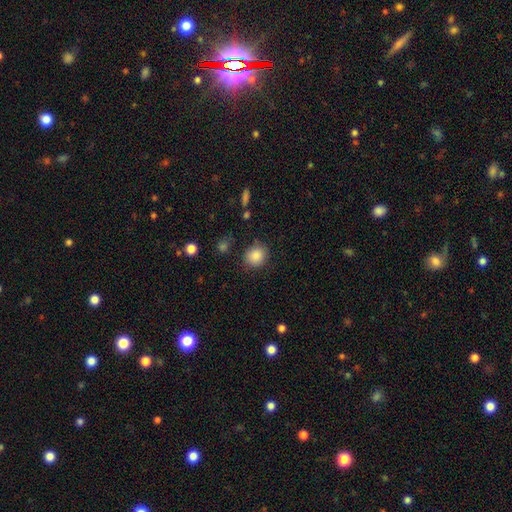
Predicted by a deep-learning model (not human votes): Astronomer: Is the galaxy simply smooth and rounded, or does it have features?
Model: smooth — 86%.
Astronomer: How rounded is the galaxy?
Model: round — 79%.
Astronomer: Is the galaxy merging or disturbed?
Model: none — 82%.